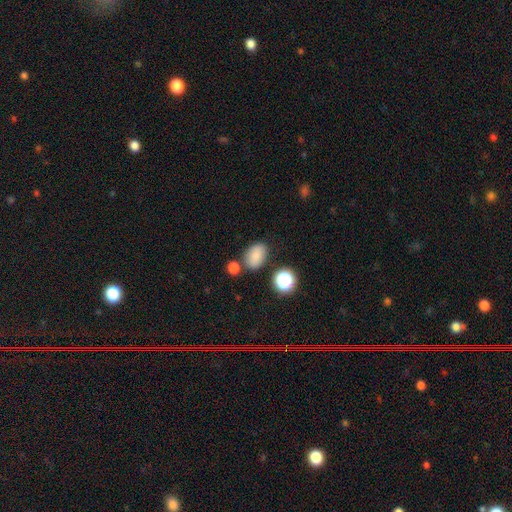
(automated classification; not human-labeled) A smooth galaxy with no disk features (80%) that is in between round and cigar-shaped (83%). Merging: none (74%).